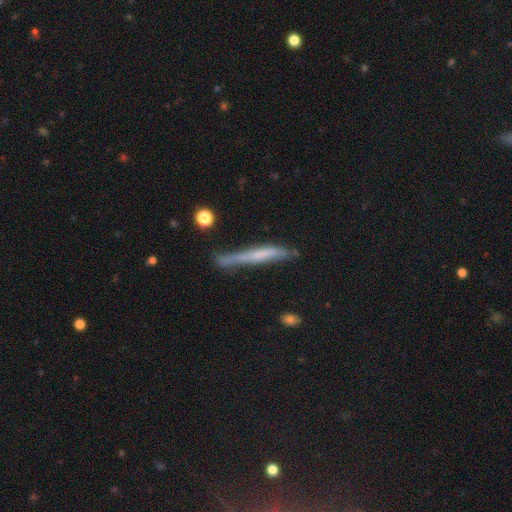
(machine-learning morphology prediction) Smooth or featured? Predicted: featured or disk (p=0.48). Merging? Predicted: none (p=0.65).